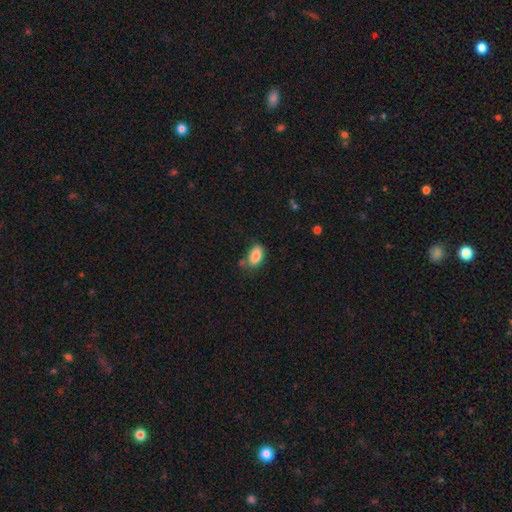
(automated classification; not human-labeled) This is clearly a smooth galaxy (86%). How rounded: clearly in between (92%). Merging: likely none (69%).